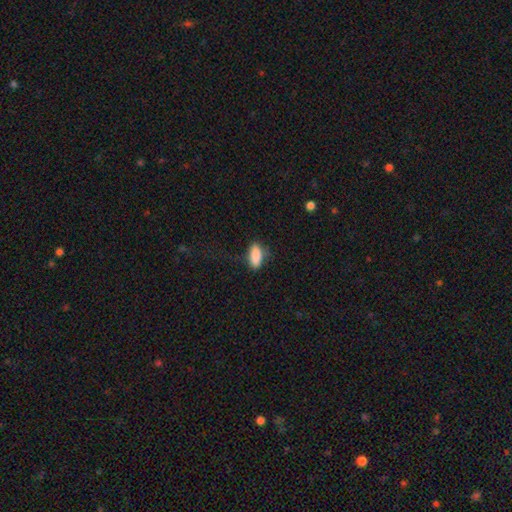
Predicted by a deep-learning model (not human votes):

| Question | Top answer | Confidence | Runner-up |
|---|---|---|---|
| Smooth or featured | smooth | 87% | star or artifact (7%) |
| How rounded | in between | 82% | cigar-shaped (15%) |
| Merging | none | 73% | minor disturbance (20%) |